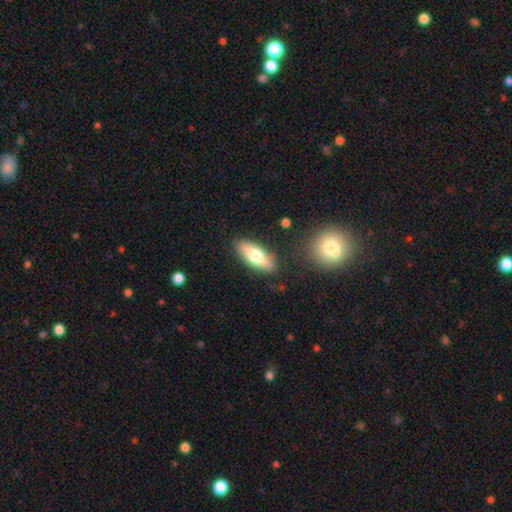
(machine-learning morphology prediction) Smooth or featured? smooth (66%)
How rounded? in between (73%)
Merging? none (85%)